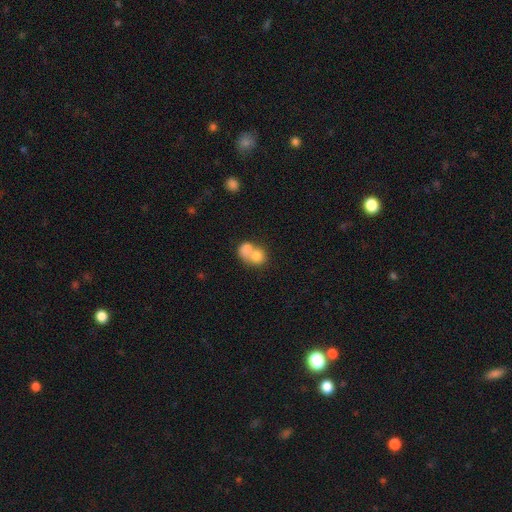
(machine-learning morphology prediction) The model was most divided on "how rounded": round: 62%, in between: 37%, cigar-shaped: 1%. More confident: smooth or featured — smooth (75%); merging — merger (69%).